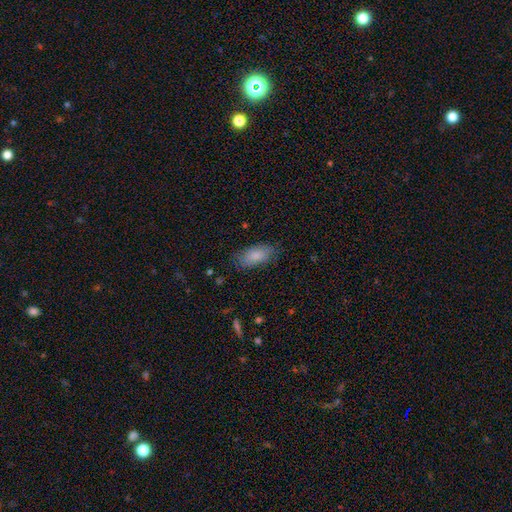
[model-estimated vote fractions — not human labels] This appears to be a smooth galaxy with no disk features (82%) that is in between round and cigar-shaped (90%). Merging: none (79%).